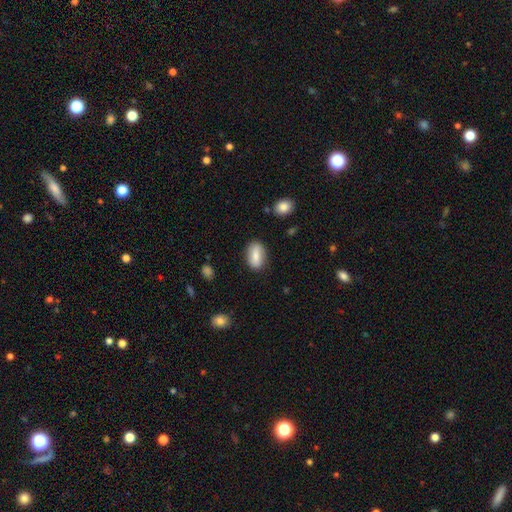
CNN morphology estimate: The model was most divided on "smooth or featured": smooth: 82%, featured or disk: 12%, star or artifact: 7%. More confident: how rounded — in between (88%); merging — none (83%).